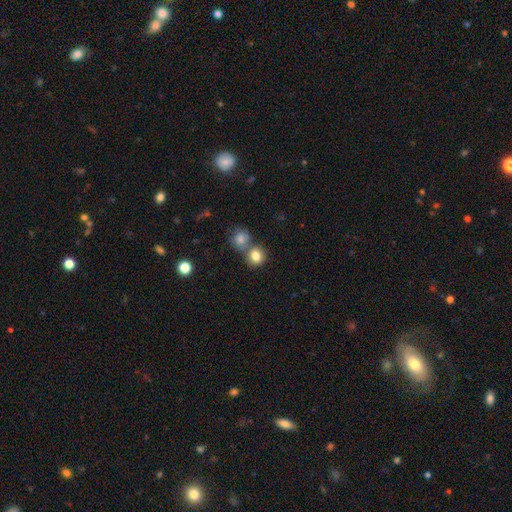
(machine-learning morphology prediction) smooth 82%, star or artifact 10%, featured or disk 8%. Down the decision tree: how rounded — round (79%); merging — none (51%).